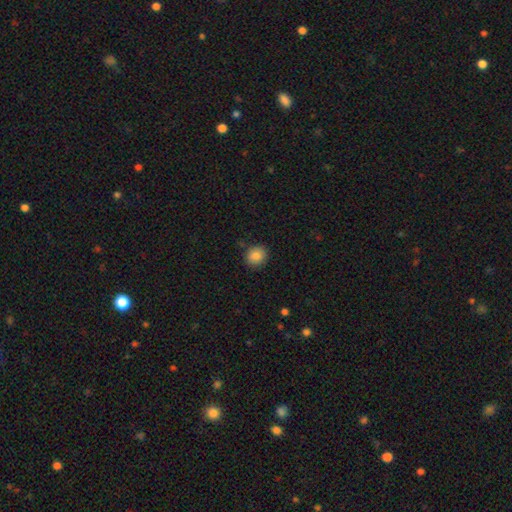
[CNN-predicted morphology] Smooth or featured? Predicted: smooth (p=0.86). How rounded? Predicted: round (p=0.76). Merging? Predicted: none (p=0.86).